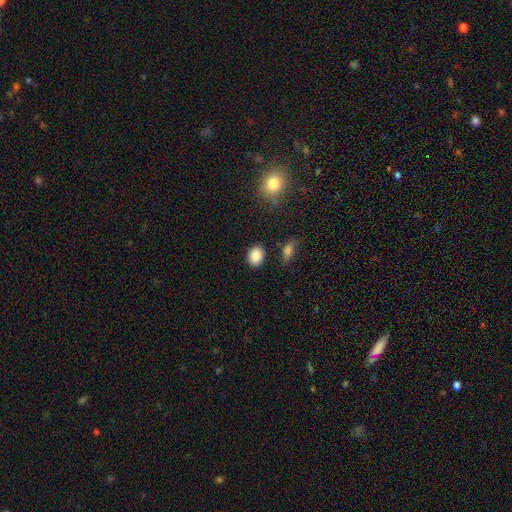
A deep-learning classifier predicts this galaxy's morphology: Overall: smooth (87%). How rounded: in between (62%; round 37%). Merging: none (85%).